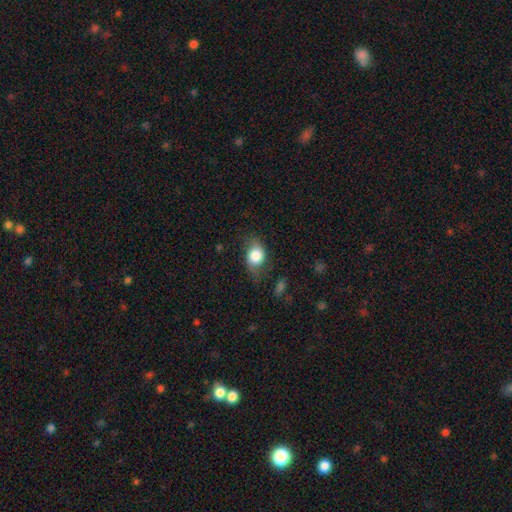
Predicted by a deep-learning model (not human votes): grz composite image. It shows a smooth galaxy with no disk features (78%) that is in between round and cigar-shaped (66%). Merging: none (60%).